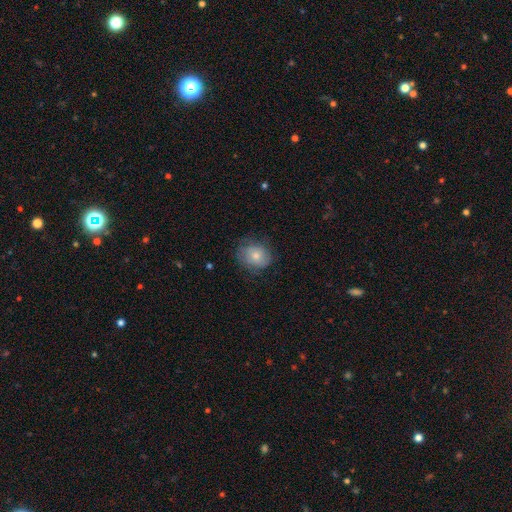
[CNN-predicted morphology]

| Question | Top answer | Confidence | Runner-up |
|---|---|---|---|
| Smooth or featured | smooth | 68% | featured or disk (24%) |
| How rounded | round | 66% | in between (33%) |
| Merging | none | 65% | minor disturbance (25%) |